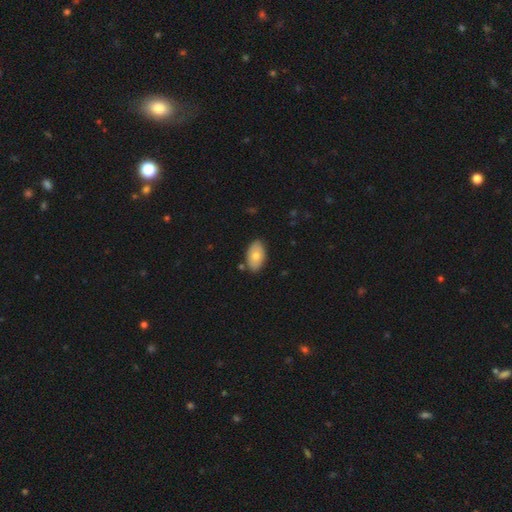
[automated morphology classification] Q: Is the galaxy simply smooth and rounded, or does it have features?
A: smooth — 73%.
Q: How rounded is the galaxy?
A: in between — 93%.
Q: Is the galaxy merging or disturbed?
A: none — 81%.